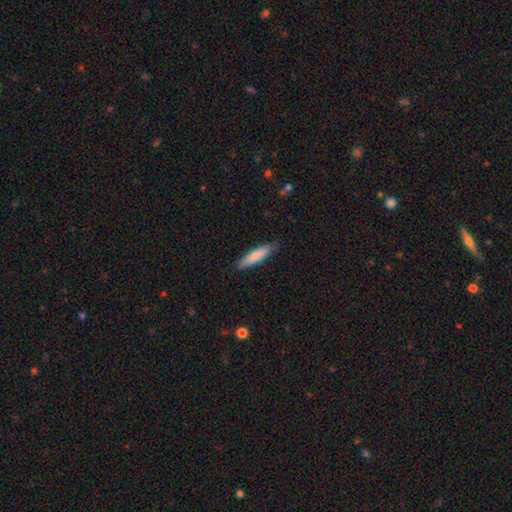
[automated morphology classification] Smooth or featured: smooth — 81% (featured or disk — 14%)
How rounded: cigar-shaped — 78% (in between — 21%)
Merging: none — 84% (minor disturbance — 13%)